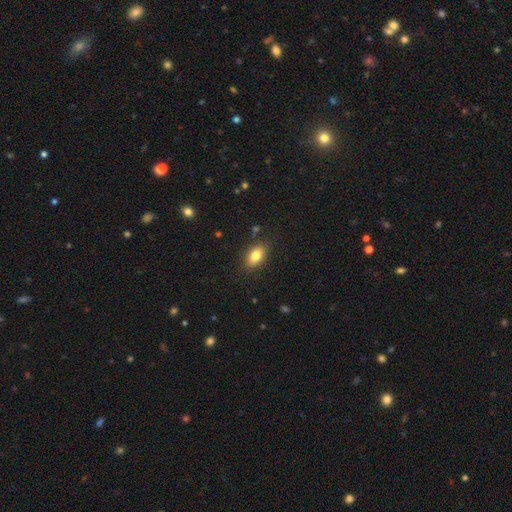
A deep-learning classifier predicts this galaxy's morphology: The model was most divided on "smooth or featured": smooth: 81%, featured or disk: 11%, star or artifact: 8%. More confident: how rounded — in between (88%); merging — none (85%).